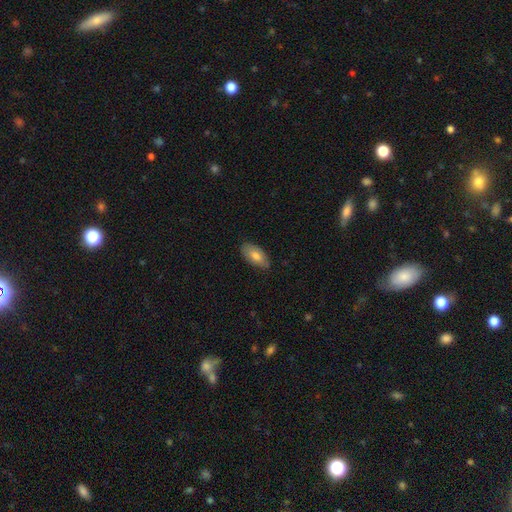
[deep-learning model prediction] Overall: smooth (75%). How rounded: in between (93%). Merging: none (81%).